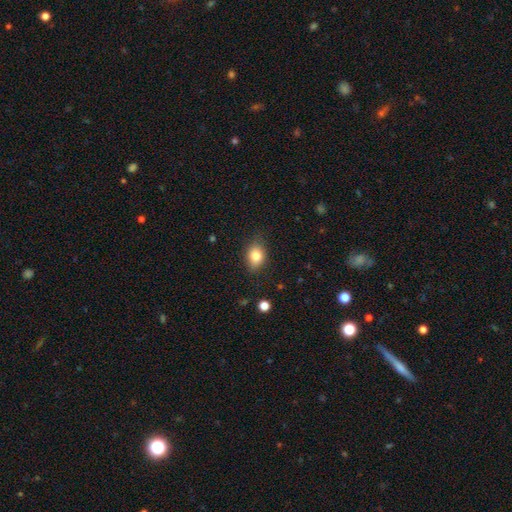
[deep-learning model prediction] Morphology: type=smooth (81%); roundness=in between (66%); merging=none (80%).